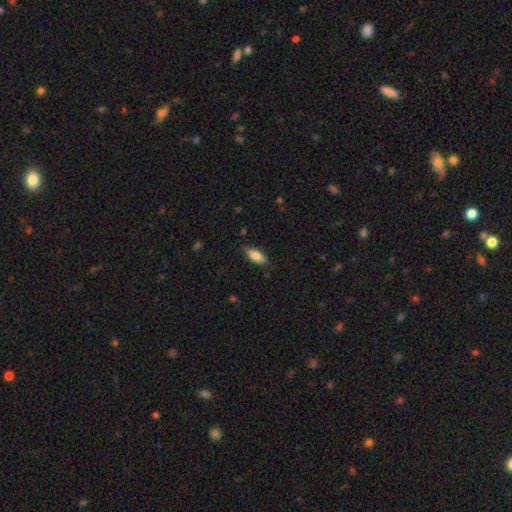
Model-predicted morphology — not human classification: A smooth galaxy with no disk features (80%) that is in between round and cigar-shaped (78%).

Vote fractions:
- Smooth or featured? smooth: 80% / featured or disk: 14% / star or artifact: 6%
- How rounded? in between: 78% / cigar-shaped: 20% / round: 2%
- Merging? none: 83% / minor disturbance: 13% / major disturbance: 2% / merger: 1%